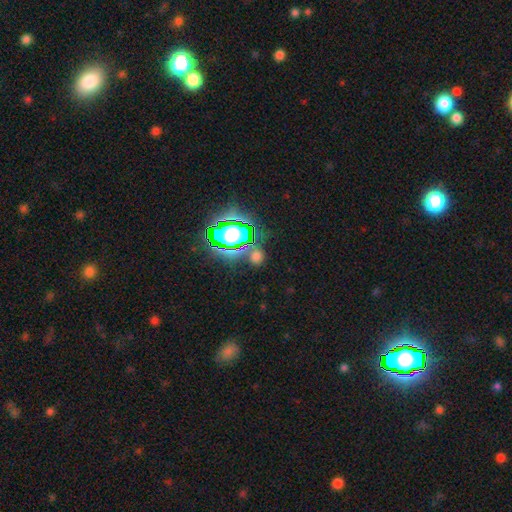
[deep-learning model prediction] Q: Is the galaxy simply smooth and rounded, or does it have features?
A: smooth — 46%.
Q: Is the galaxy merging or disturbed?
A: none — 75%.